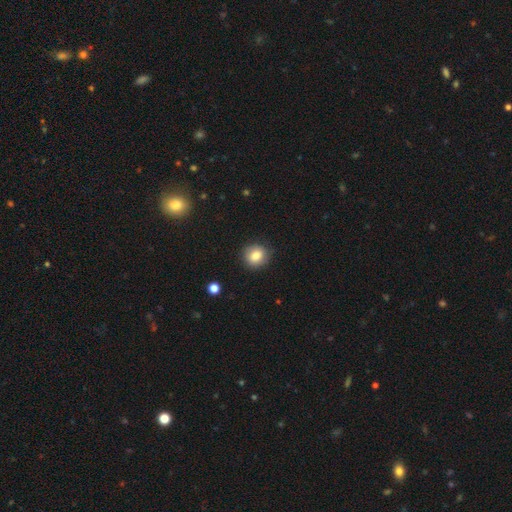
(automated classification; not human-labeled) A smooth galaxy with no disk features (82%) that is round (83%). Merging: none (86%).